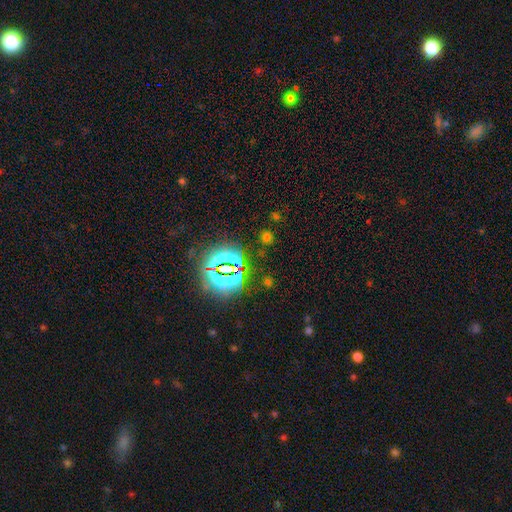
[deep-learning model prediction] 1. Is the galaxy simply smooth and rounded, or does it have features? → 79% star or artifact, 13% smooth, 8% featured or disk.